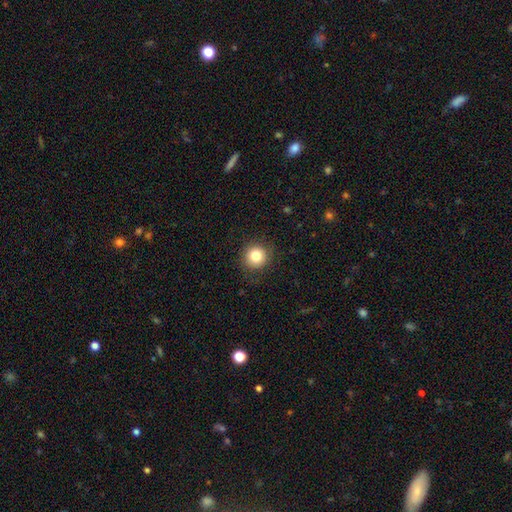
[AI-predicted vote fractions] Smooth or featured? Predicted: smooth (p=0.82). How rounded? Predicted: round (p=0.93). Merging? Predicted: none (p=0.89).